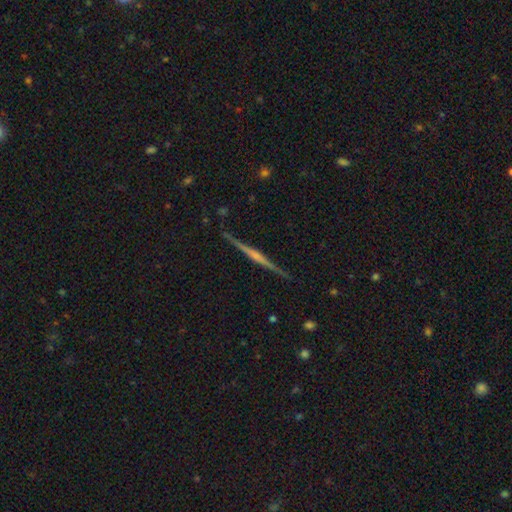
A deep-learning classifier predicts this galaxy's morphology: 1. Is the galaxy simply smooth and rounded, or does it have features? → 80% featured or disk, 13% smooth, 7% star or artifact.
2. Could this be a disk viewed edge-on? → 98% yes, 2% no.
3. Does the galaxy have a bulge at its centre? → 55% rounded, 23% none, 22% boxy.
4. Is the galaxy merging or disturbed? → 91% none, 6% minor disturbance, 1% major disturbance, 1% merger.